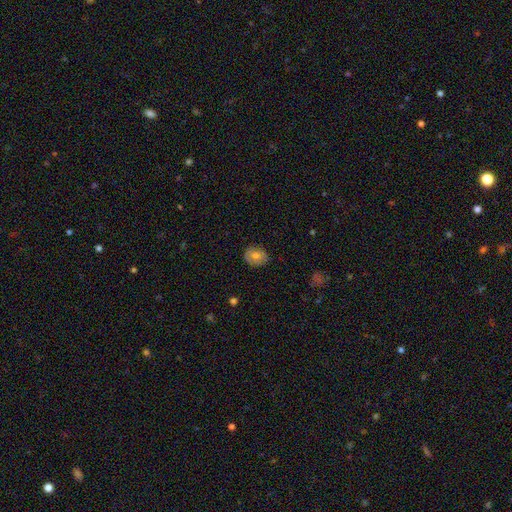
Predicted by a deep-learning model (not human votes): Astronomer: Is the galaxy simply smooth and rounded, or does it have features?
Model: smooth — 71%.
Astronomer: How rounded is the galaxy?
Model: round — 54% (runner-up: in between, 45%).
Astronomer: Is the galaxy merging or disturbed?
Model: none — 82%.